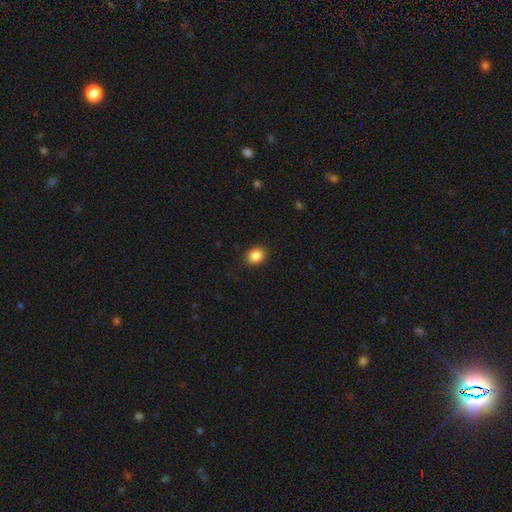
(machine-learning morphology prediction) smooth_or_featured: smooth (p=0.86) [alt: star or artifact p=0.10]
how_rounded: round (p=0.56) [alt: in between p=0.43]
merging: none (p=0.90) [alt: minor disturbance p=0.07]